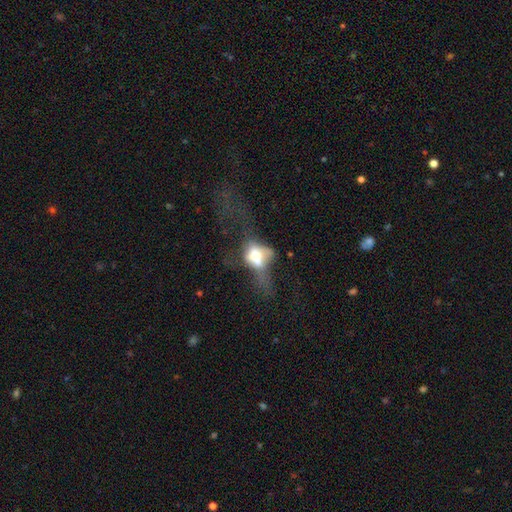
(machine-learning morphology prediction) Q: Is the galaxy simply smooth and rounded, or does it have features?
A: smooth — 47%.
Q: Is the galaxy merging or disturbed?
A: major disturbance — 43%.